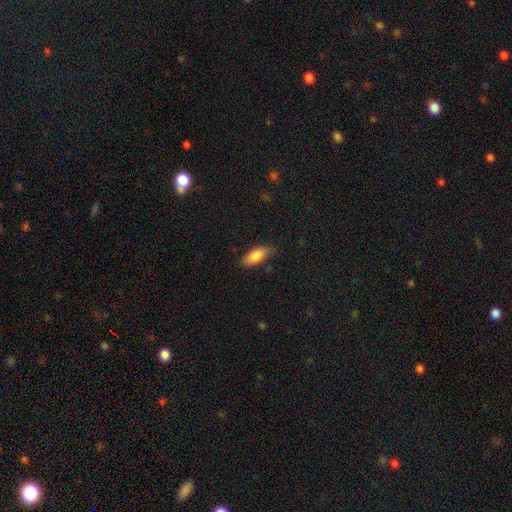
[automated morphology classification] smooth-or-featured: smooth: 85% | featured or disk: 9% | star or artifact: 6%
  how-rounded: in between: 84% | cigar-shaped: 14% | round: 2%
  merging: none: 78% | minor disturbance: 17% | major disturbance: 3% | merger: 1%